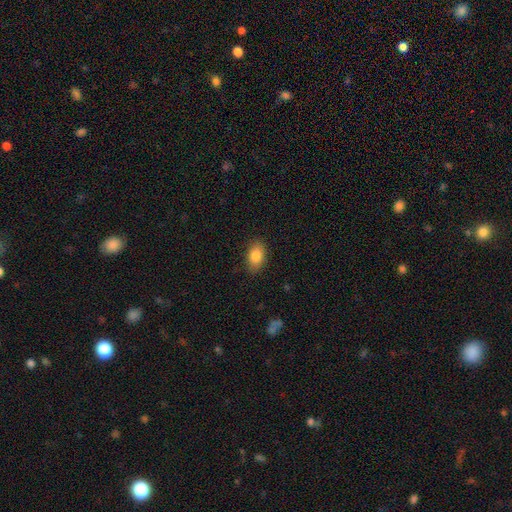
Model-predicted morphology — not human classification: type=smooth (85%); roundness=in between (88%); merging=none (85%).